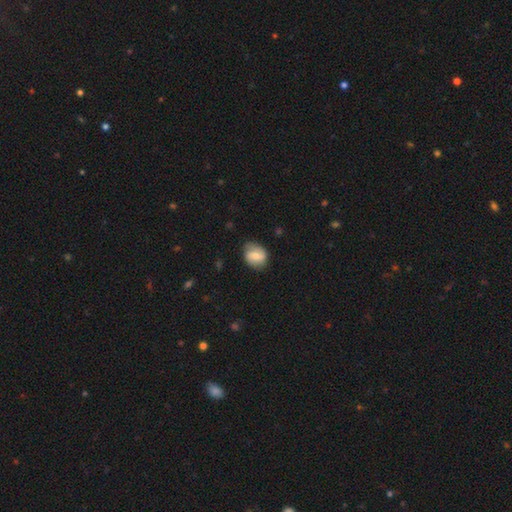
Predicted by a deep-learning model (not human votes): smooth_or_featured: smooth (p=0.62) [alt: featured or disk p=0.30]
how_rounded: round (p=0.50) [alt: in between p=0.49]
merging: none (p=0.71) [alt: minor disturbance p=0.22]